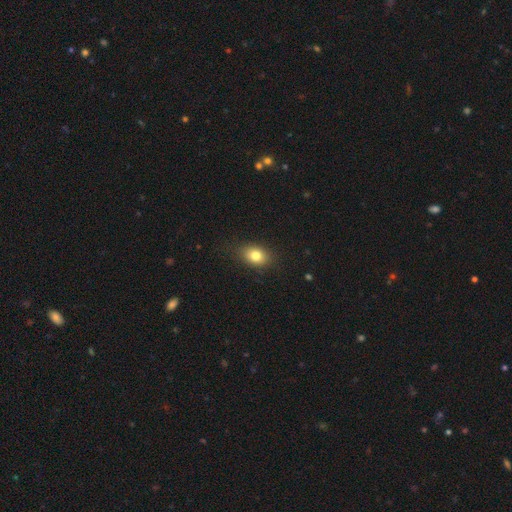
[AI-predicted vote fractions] Smooth or featured? Predicted: smooth (p=0.80). How rounded? Predicted: in between (p=0.70). Merging? Predicted: none (p=0.83).